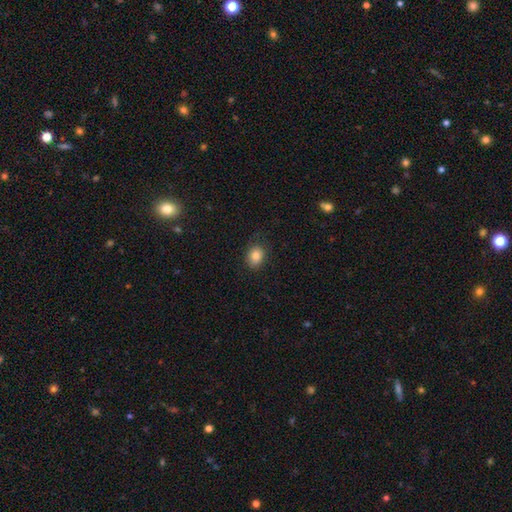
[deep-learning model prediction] A smooth galaxy with no disk features (85%) that is in between round and cigar-shaped (54%). Merging: none (79%).